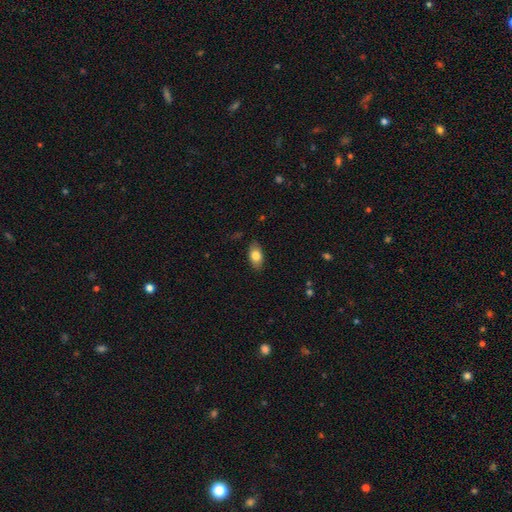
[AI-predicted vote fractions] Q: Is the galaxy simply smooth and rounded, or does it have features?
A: smooth — 80%.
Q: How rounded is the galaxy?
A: in between — 90%.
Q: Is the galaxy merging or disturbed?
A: none — 85%.